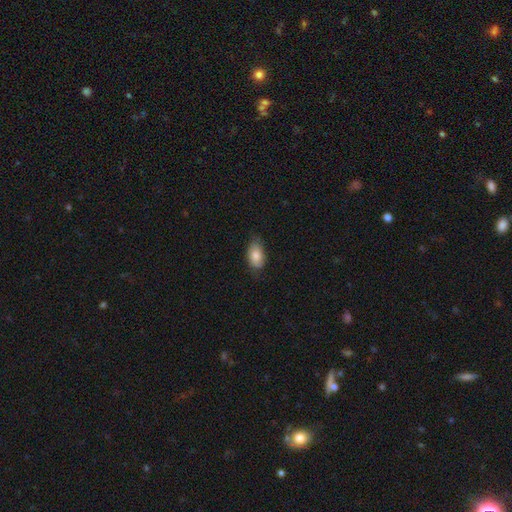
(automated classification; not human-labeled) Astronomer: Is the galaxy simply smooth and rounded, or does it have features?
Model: smooth — 74%.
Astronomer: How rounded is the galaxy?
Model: in between — 92%.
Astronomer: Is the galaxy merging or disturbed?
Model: none — 69%.